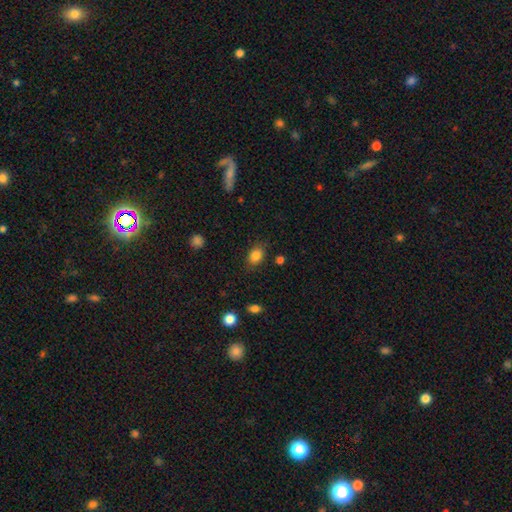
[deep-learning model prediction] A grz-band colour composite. It shows a smooth galaxy with no disk features (84%) that is in between round and cigar-shaped (71%). Merging: none (82%).